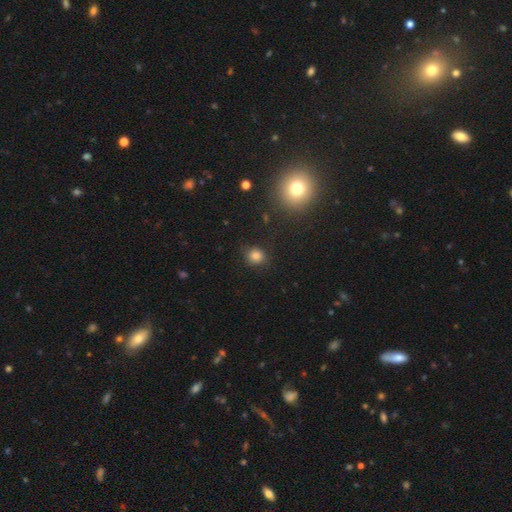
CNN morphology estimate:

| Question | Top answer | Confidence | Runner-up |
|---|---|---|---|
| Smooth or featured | smooth | 81% | star or artifact (14%) |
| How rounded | round | 82% | in between (17%) |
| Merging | none | 82% | minor disturbance (12%) |